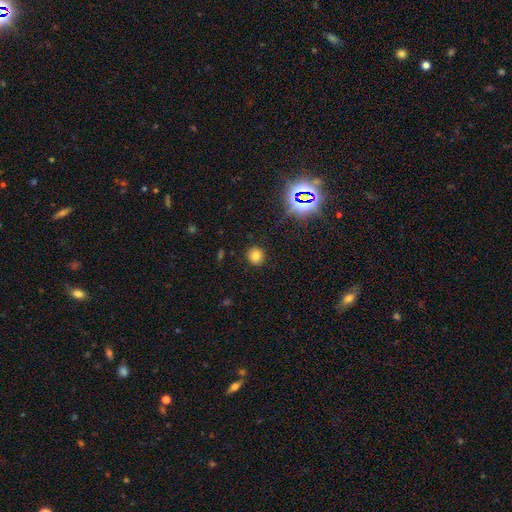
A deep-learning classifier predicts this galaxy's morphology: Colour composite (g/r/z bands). It shows a smooth galaxy with no disk features (76%) that is round (89%). Merging: none (90%).